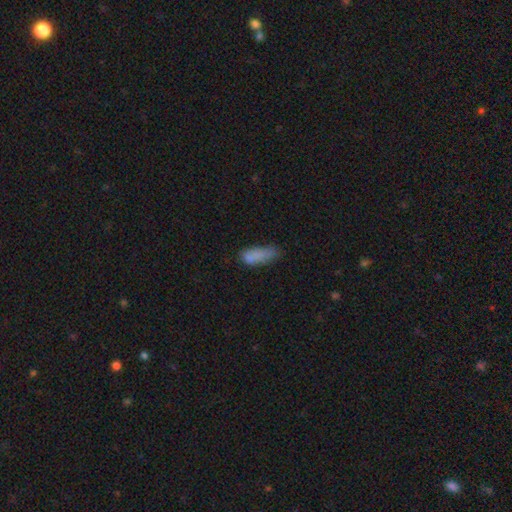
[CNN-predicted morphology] Q: Smooth or featured?
A: smooth (78%); runner-up: featured or disk (12%)
Q: How rounded?
A: in between (63%); runner-up: cigar-shaped (34%)
Q: Merging?
A: none (41%); runner-up: minor disturbance (33%)